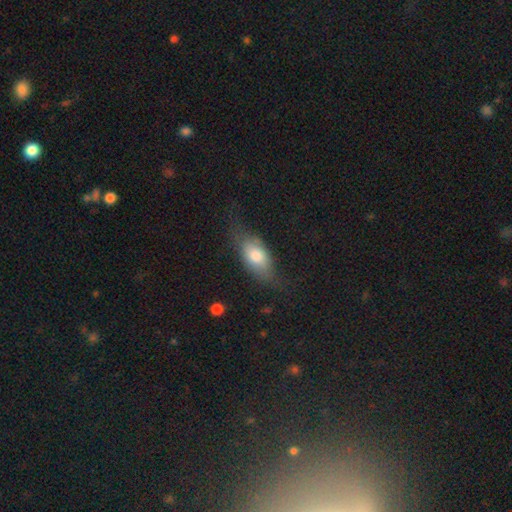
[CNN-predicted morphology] smooth 70%, featured or disk 23%, star or artifact 7%. Down the decision tree: how rounded — in between (84%); merging — none (56%).